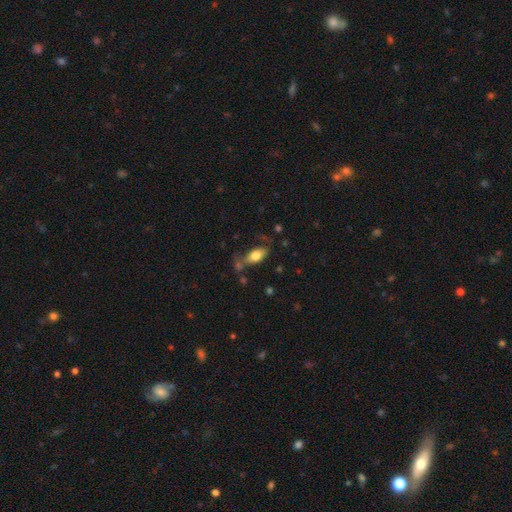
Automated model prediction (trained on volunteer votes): This is likely a smooth galaxy (73%). How rounded: clearly in between (87%). Merging: possibly none (57%).